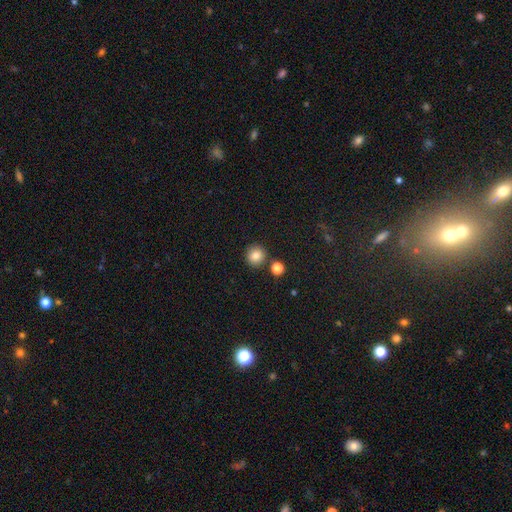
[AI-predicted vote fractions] Smooth or featured? smooth (84%)
How rounded? round (93%)
Merging? none (85%)